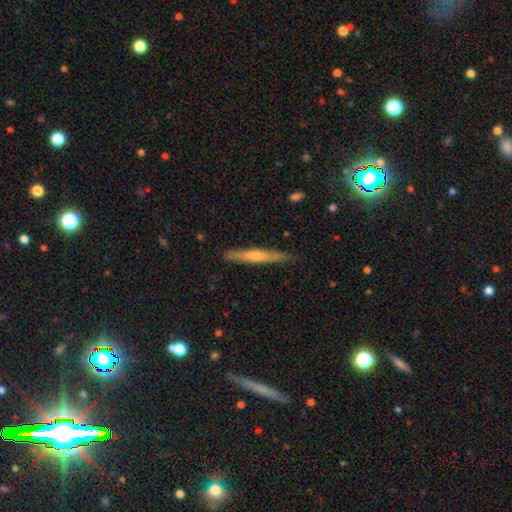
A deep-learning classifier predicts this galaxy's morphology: Q: Smooth or featured?
A: featured or disk (48%); runner-up: smooth (46%)
Q: Merging?
A: none (88%); runner-up: minor disturbance (9%)